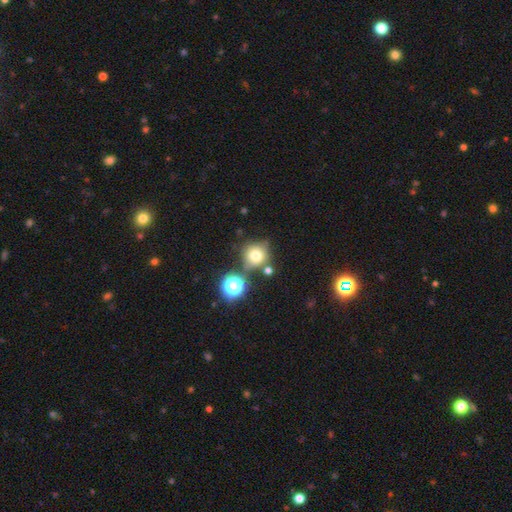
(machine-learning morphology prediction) Smooth or featured?
  - smooth: 70% *
  - star or artifact: 18%
  - featured or disk: 12%
How rounded?
  - round: 87% *
  - in between: 12%
  - cigar-shaped: 1%
Merging?
  - none: 65% *
  - minor disturbance: 15%
  - merger: 14%
  - major disturbance: 5%